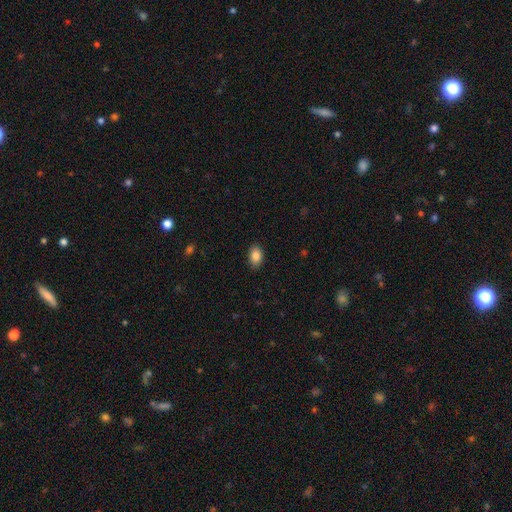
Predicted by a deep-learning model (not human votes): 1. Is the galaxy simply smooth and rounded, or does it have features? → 87% smooth, 8% star or artifact, 5% featured or disk.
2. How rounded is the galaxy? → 85% in between, 14% round, 1% cigar-shaped.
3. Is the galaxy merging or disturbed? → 88% none, 9% minor disturbance, 2% major disturbance, 1% merger.